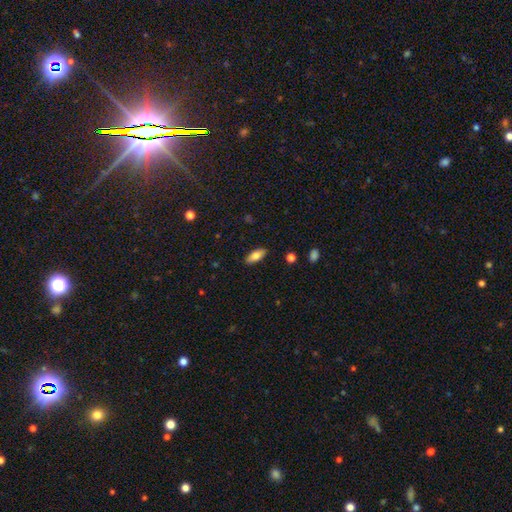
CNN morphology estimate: The model was most divided on "smooth or featured": smooth: 78%, featured or disk: 15%, star or artifact: 7%. More confident: merging — none (88%); how rounded — in between (82%).